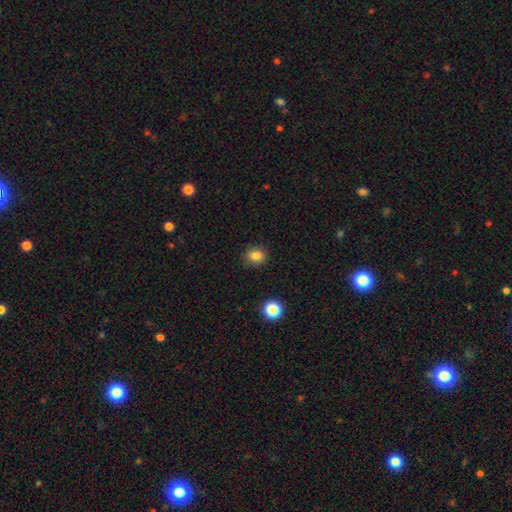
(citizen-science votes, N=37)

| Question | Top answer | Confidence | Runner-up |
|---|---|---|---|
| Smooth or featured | smooth | 84% | featured or disk (14%) |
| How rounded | round | 61% | in between (39%) |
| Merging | none | 86% | minor disturbance (8%) |